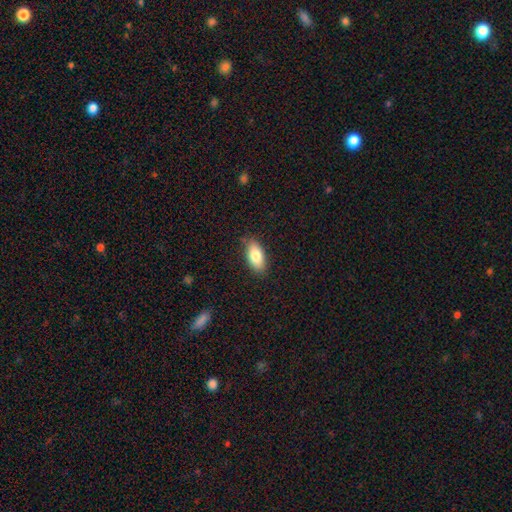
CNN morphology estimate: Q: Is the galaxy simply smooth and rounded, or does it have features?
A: smooth — 84%.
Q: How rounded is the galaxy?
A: in between — 90%.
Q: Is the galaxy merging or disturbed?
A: none — 83%.